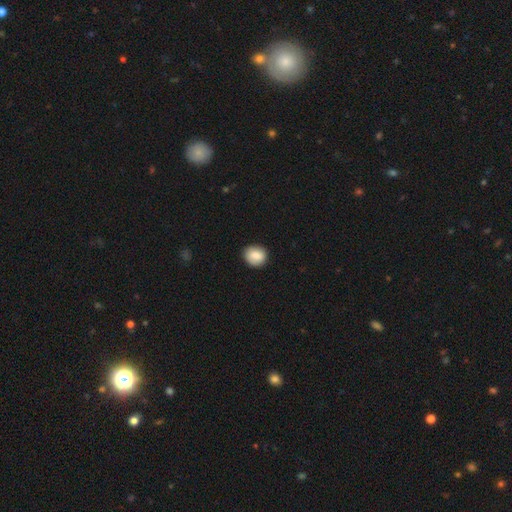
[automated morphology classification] This is clearly a smooth galaxy (84%). How rounded: likely round (69%). Merging: clearly none (85%).